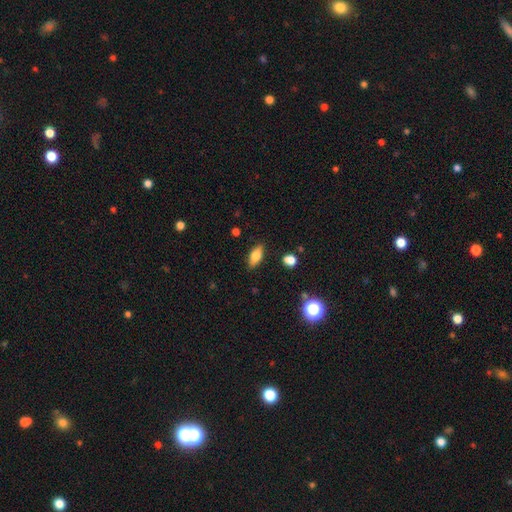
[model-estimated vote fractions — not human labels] smooth-or-featured: smooth: 73% | featured or disk: 18% | star or artifact: 9%
  how-rounded: in between: 82% | cigar-shaped: 14% | round: 4%
  merging: none: 86% | minor disturbance: 10% | major disturbance: 2% | merger: 2%